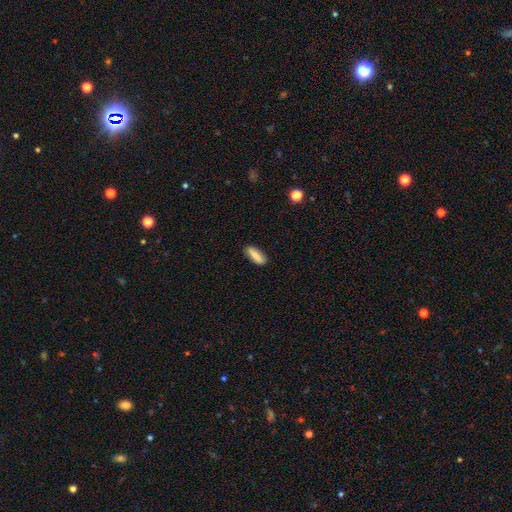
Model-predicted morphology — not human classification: A smooth galaxy with no disk features (79%) that is in between round and cigar-shaped (66%). Merging: none (85%).